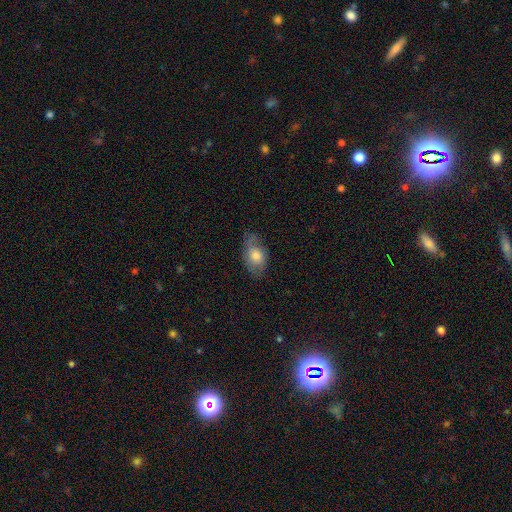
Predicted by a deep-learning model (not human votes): Overall: smooth (59%; featured or disk 34%). How rounded: in between (88%). Merging: none (67%).